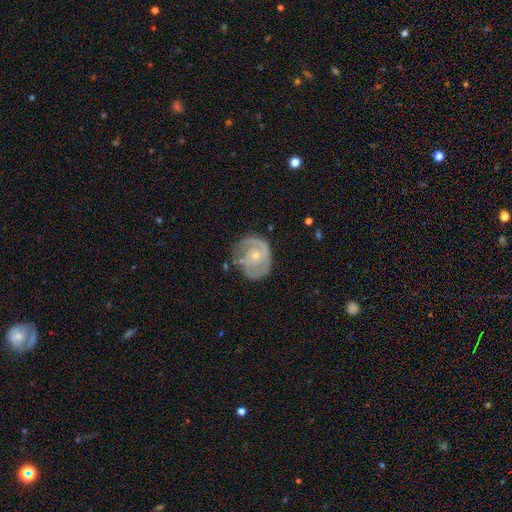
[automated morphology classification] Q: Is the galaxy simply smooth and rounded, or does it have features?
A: featured or disk — 80%.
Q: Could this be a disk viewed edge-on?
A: no — 98%.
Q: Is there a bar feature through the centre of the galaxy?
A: no — 76%.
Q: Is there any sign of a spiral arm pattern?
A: yes — 90%.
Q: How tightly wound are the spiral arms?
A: tight — 60%.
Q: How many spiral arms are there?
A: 2 — 49%.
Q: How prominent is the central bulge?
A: small — 64%.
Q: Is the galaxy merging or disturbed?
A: none — 65%.